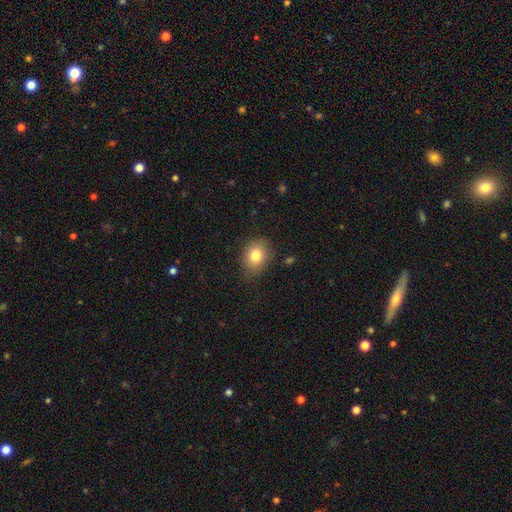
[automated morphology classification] smooth-or-featured: smooth: 79% | star or artifact: 11% | featured or disk: 10%
  how-rounded: round: 52% | in between: 47% | cigar-shaped: 1%
  merging: none: 82% | minor disturbance: 14% | major disturbance: 3% | merger: 1%